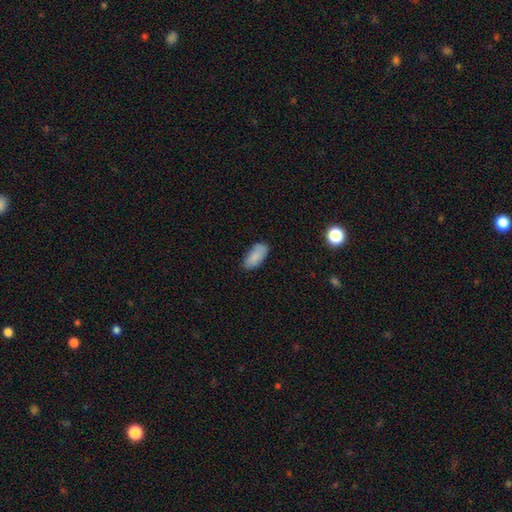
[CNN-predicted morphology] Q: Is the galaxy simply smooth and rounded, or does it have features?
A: smooth — 86%.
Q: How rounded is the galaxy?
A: in between — 90%.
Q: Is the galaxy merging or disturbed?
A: none — 74%.